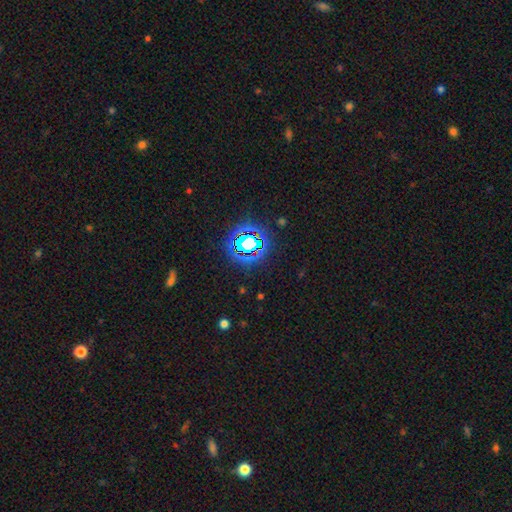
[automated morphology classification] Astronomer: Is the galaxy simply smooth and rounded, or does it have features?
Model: star or artifact — 77%.